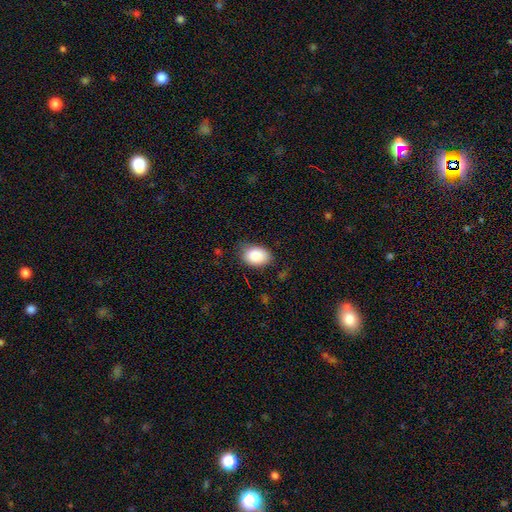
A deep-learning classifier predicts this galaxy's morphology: Overall: smooth (88%). How rounded: in between (78%). Merging: none (74%).